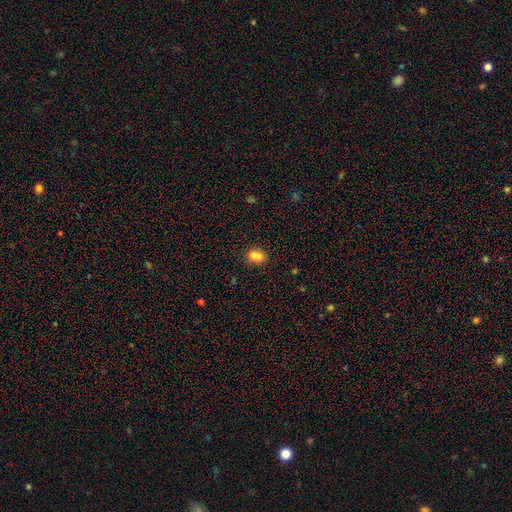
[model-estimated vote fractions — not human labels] smooth 73%, featured or disk 15%, star or artifact 12%. Down the decision tree: how rounded — in between (50%); merging — merger (47%).